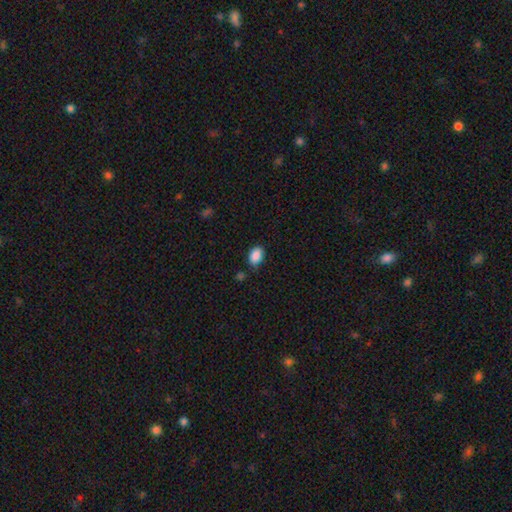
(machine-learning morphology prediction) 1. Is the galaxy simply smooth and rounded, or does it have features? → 89% smooth, 8% star or artifact, 3% featured or disk.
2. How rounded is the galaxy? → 85% in between, 14% round, 1% cigar-shaped.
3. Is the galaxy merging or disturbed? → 76% none, 18% minor disturbance, 3% major disturbance, 3% merger.